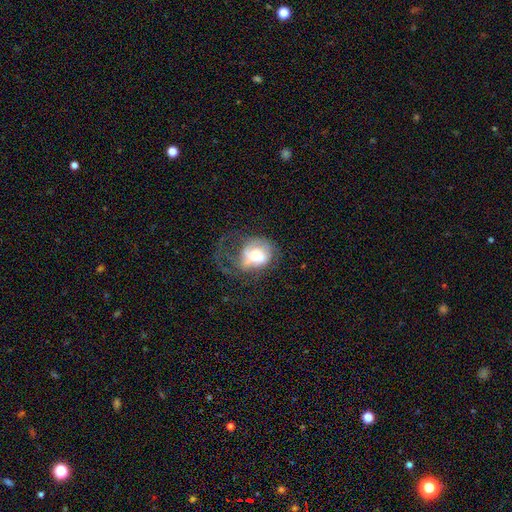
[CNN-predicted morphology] Overall: featured or disk (48%; smooth 43%). Merging: major disturbance (51%; none 27%).